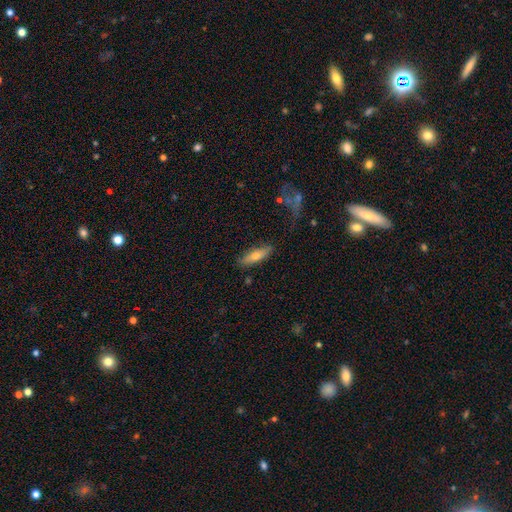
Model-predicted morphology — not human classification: Overall: smooth (62%; featured or disk 31%). How rounded: cigar-shaped (62%; in between 35%). Merging: none (82%).